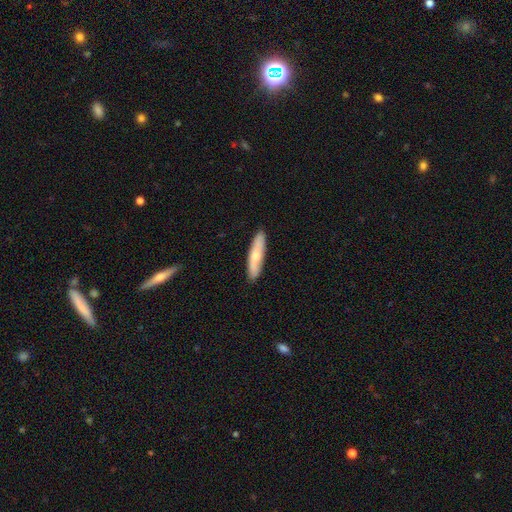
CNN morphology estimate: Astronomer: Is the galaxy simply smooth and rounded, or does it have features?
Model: smooth — 66%.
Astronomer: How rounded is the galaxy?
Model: cigar-shaped — 78%.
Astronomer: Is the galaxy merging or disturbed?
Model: none — 88%.